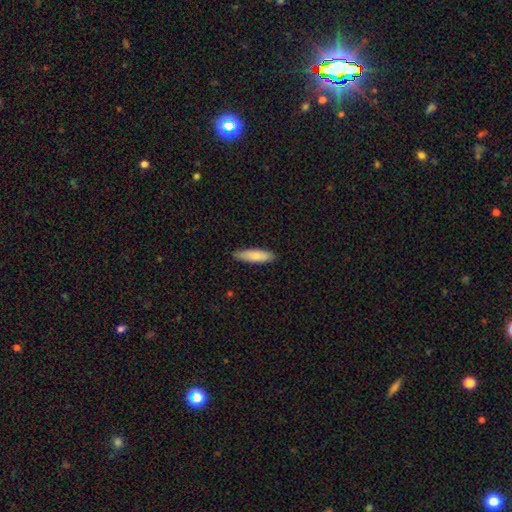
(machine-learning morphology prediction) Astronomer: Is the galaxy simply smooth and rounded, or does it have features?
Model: smooth — 79%.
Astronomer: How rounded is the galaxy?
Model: cigar-shaped — 61% (runner-up: in between, 37%).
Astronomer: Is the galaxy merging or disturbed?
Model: none — 85%.